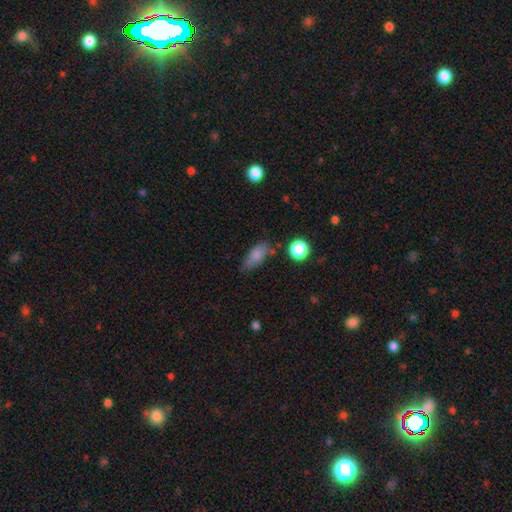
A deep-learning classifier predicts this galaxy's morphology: This is likely a smooth galaxy (79%). How rounded: clearly in between (80%). Merging: likely none (67%).